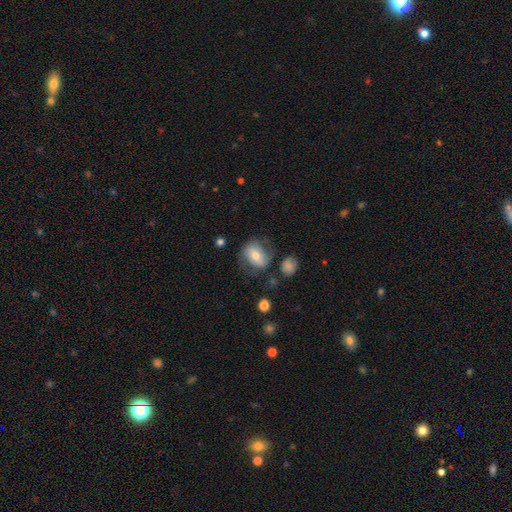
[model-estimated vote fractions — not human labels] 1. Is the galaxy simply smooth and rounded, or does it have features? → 52% smooth, 40% featured or disk, 8% star or artifact.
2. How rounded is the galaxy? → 56% in between, 43% round, 2% cigar-shaped.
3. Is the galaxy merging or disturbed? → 58% none, 23% minor disturbance, 15% major disturbance, 4% merger.